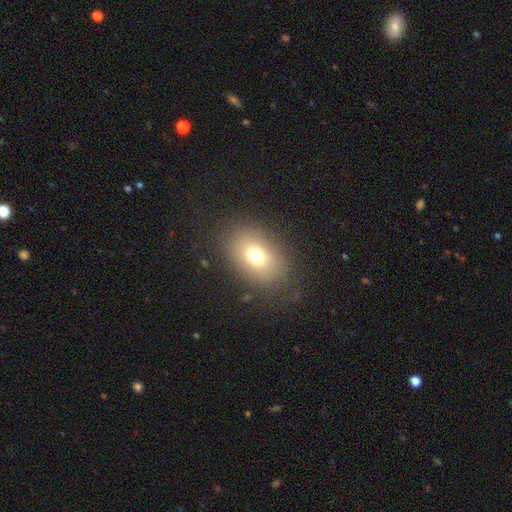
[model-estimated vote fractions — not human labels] Q: Smooth or featured?
A: smooth (72%); runner-up: featured or disk (15%)
Q: How rounded?
A: in between (72%); runner-up: round (27%)
Q: Merging?
A: none (81%); runner-up: minor disturbance (11%)